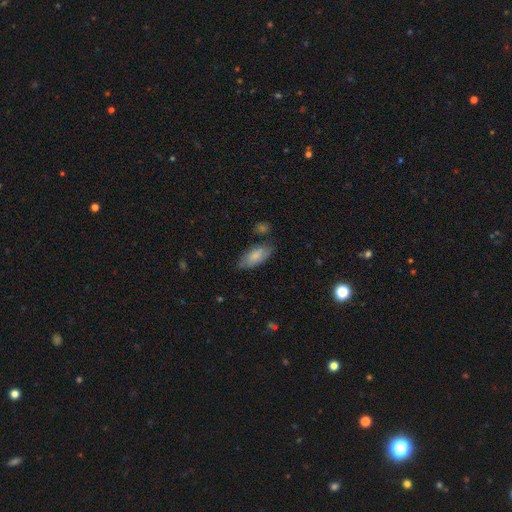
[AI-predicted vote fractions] The model was most divided on "merging": none: 67%, minor disturbance: 24%, major disturbance: 5%, merger: 4%. More confident: how rounded — in between (87%); smooth or featured — smooth (75%).